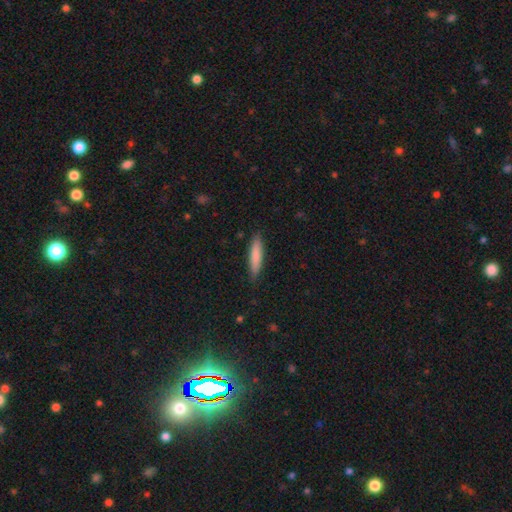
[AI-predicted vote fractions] smooth_or_featured: smooth (p=0.81) [alt: featured or disk p=0.13]
how_rounded: cigar-shaped (p=0.84) [alt: in between p=0.15]
merging: none (p=0.86) [alt: minor disturbance p=0.11]